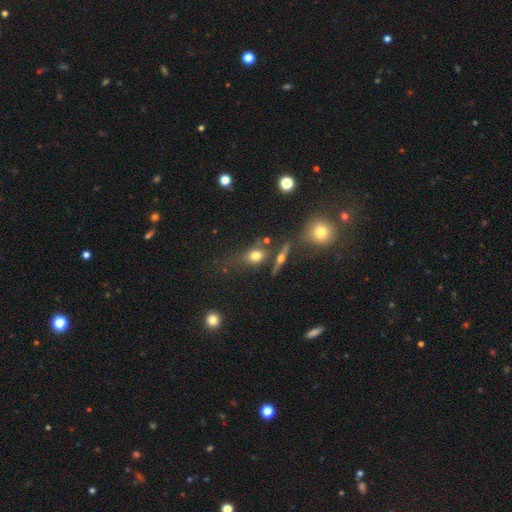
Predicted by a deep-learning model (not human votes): A smooth galaxy with no disk features (66%) that is round (47%, tied with in between).

Vote fractions:
- Smooth or featured? smooth: 66% / featured or disk: 20% / star or artifact: 14%
- How rounded? round: 47% (tied) / in between: 47% (tied) / cigar-shaped: 6%
- Merging? none: 59% / minor disturbance: 17% / merger: 15% / major disturbance: 9%